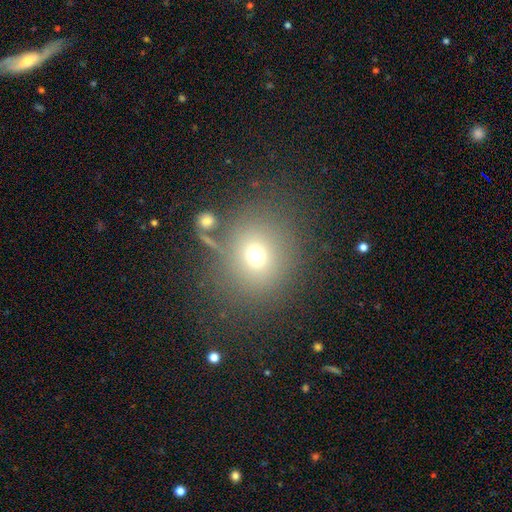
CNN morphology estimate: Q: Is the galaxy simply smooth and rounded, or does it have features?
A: smooth — 67%.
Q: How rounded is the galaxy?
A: round — 74%.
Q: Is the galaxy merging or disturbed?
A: none — 75%.